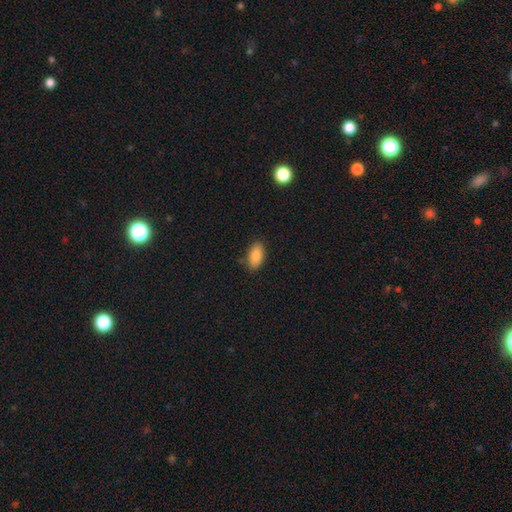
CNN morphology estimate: A smooth galaxy with no disk features (86%) that is in between round and cigar-shaped (92%). Merging: none (84%).